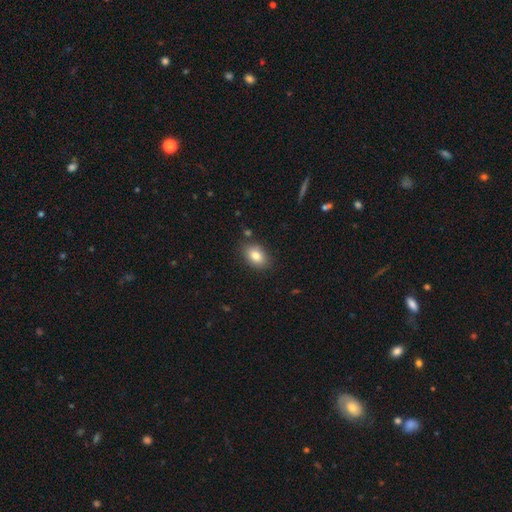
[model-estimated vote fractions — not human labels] Smooth or featured? Predicted: smooth (p=0.82). How rounded? Predicted: in between (p=0.82). Merging? Predicted: none (p=0.83).